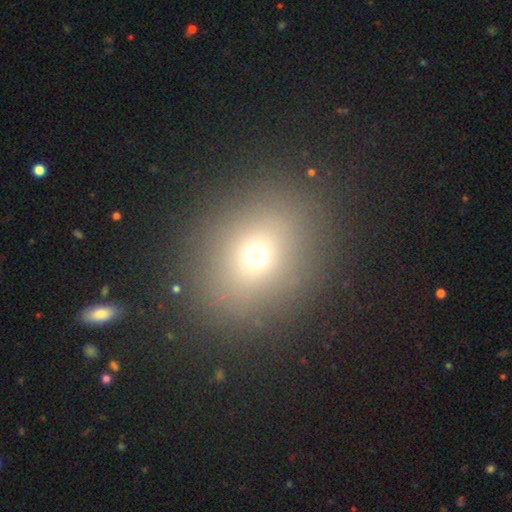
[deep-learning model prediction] smooth-or-featured: smooth: 68% | star or artifact: 20% | featured or disk: 12%
  how-rounded: round: 63% | in between: 35% | cigar-shaped: 1%
  merging: none: 87% | minor disturbance: 7% | major disturbance: 4% | merger: 2%